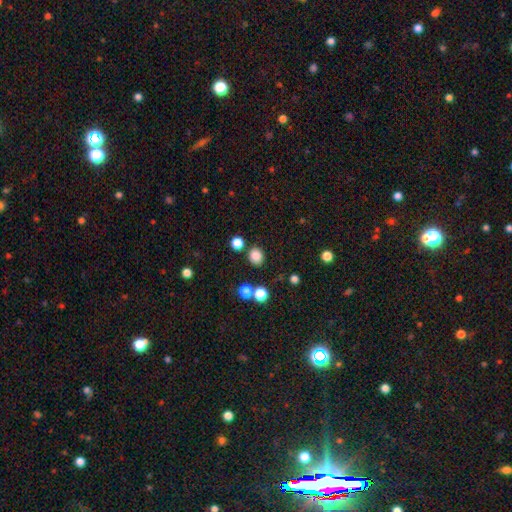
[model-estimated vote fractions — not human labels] smooth 83%, star or artifact 13%, featured or disk 4%. Down the decision tree: how rounded — round (72%); merging — none (84%).